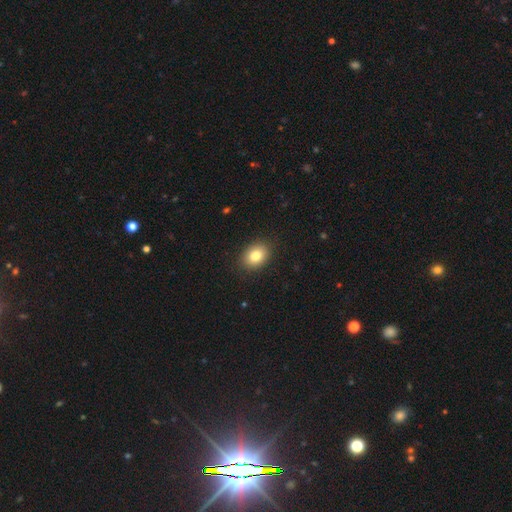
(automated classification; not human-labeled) Morphology: type=smooth (82%); roundness=in between (66%); merging=none (89%).